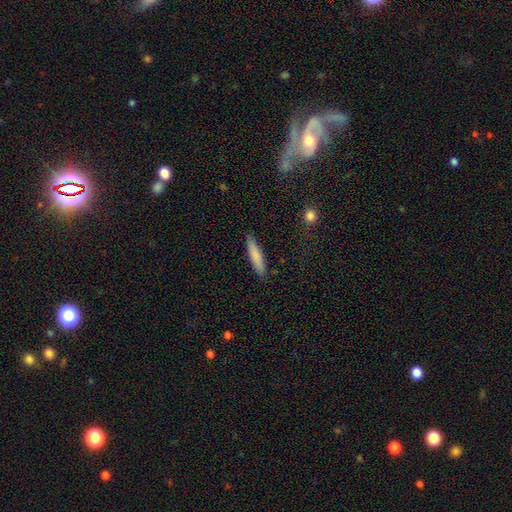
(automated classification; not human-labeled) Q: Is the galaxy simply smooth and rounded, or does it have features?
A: smooth — 81%.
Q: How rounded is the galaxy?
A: cigar-shaped — 84%.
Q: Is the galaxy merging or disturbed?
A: none — 88%.